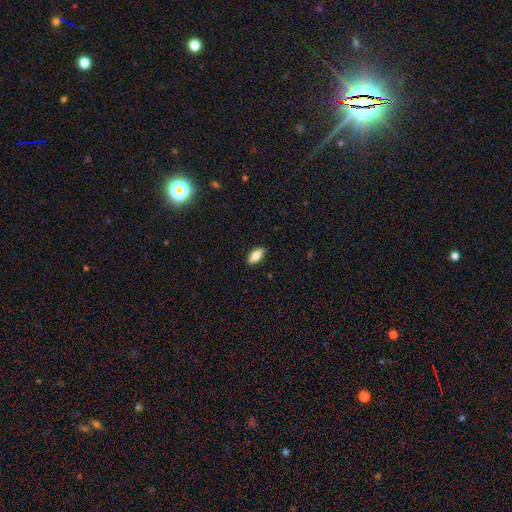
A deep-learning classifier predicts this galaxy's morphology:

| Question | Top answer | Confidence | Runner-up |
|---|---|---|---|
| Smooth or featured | smooth | 81% | featured or disk (13%) |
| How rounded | in between | 86% | cigar-shaped (12%) |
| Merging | none | 90% | minor disturbance (8%) |